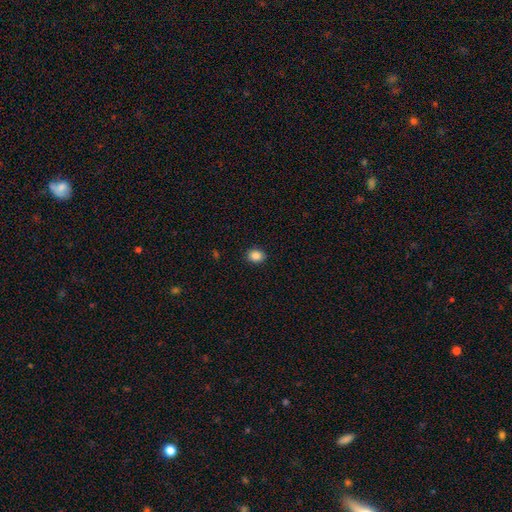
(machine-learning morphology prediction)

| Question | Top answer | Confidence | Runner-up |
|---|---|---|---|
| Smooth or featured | smooth | 87% | star or artifact (10%) |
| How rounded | round | 62% | in between (37%) |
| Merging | none | 90% | minor disturbance (7%) |